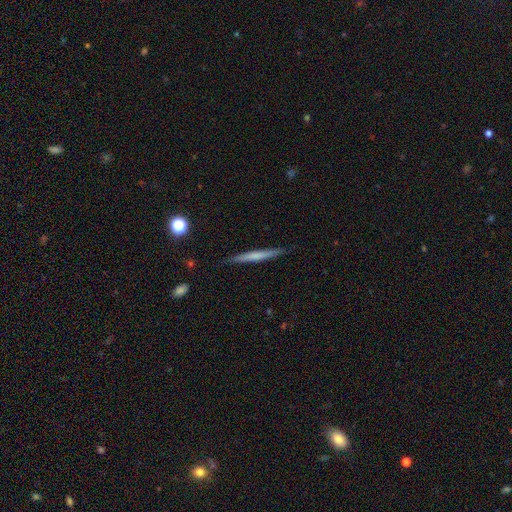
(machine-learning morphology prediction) Q: Smooth or featured?
A: smooth (53%); runner-up: featured or disk (41%)
Q: How rounded?
A: cigar-shaped (96%); runner-up: in between (2%)
Q: Merging?
A: none (89%); runner-up: minor disturbance (8%)